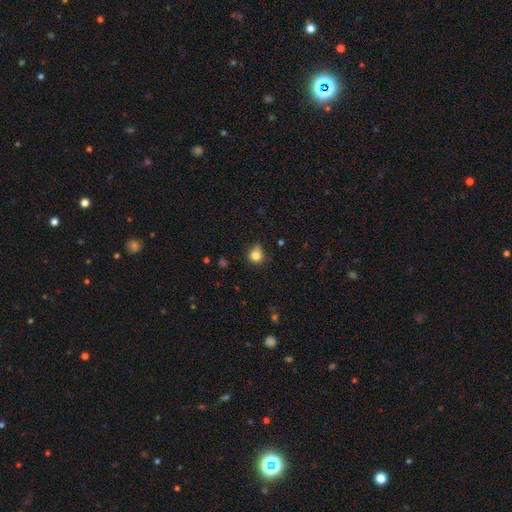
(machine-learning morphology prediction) Smooth or featured: smooth — 81% (star or artifact — 12%)
How rounded: round — 78% (in between — 21%)
Merging: none — 56% (minor disturbance — 33%)